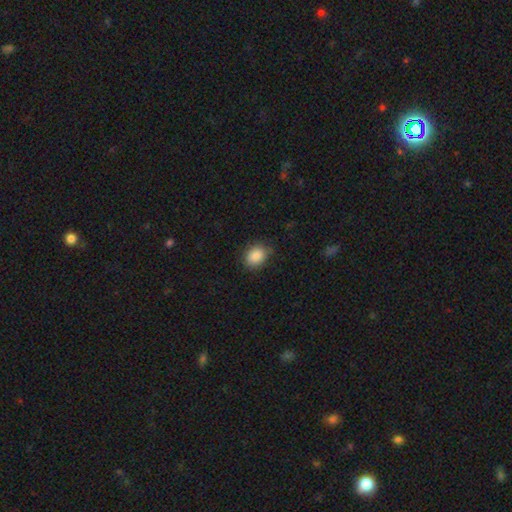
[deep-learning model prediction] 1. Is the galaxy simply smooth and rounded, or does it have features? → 88% smooth, 8% star or artifact, 4% featured or disk.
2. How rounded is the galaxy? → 56% in between, 43% round, 1% cigar-shaped.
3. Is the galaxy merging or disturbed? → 83% none, 13% minor disturbance, 3% major disturbance, 1% merger.